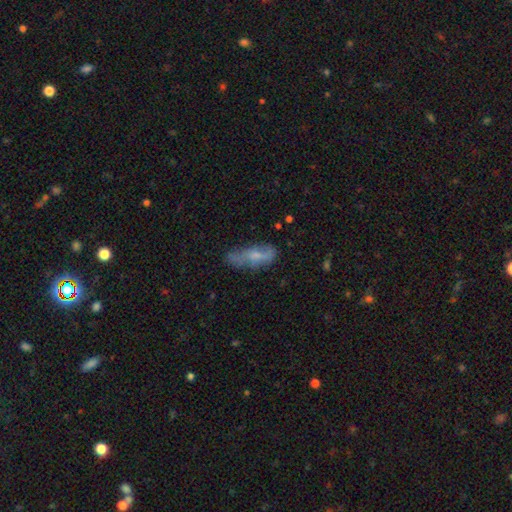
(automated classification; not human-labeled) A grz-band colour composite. It shows a smooth galaxy with no disk features (53%) that is in between round and cigar-shaped (56%). Merging: none (50%).